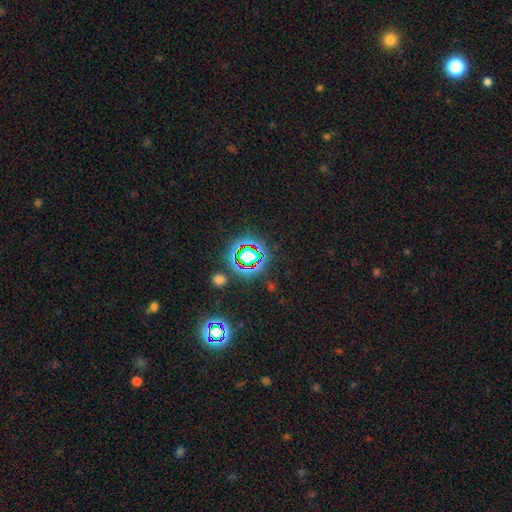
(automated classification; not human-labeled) Smooth or featured? star or artifact (72%)